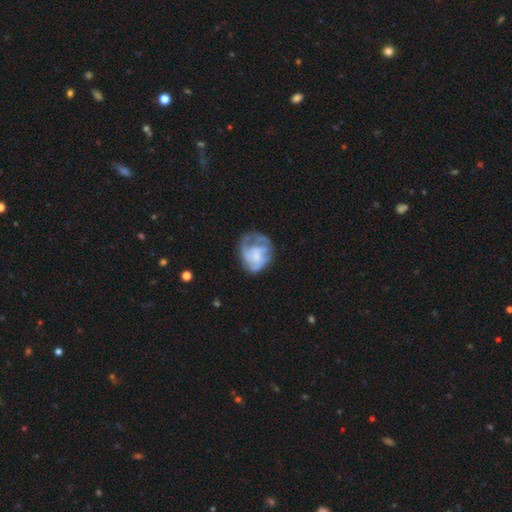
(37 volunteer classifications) Volunteers were most divided on "bulge size": none: 35%, moderate: 30%, small: 25%, large: 10%, dominant: 0%. Remaining: edge-on disk — no (100%); spiral arms — yes (85%); bar — no (75%); smooth or featured — featured or disk (54%); spiral arm count — can't tell (53%); merging — none (49%); spiral winding — medium (41%).